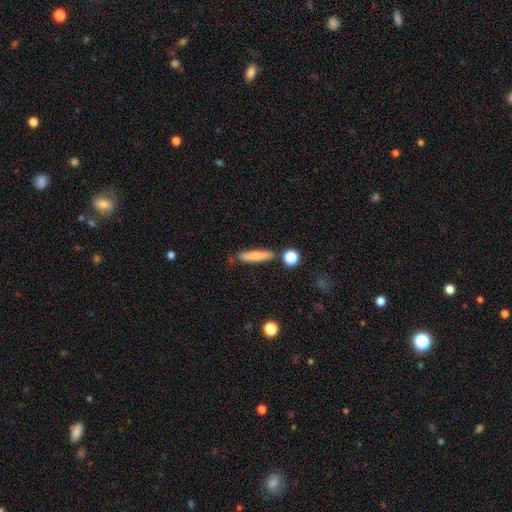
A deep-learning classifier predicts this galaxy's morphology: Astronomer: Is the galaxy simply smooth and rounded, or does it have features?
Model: smooth — 72%.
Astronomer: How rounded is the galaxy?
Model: cigar-shaped — 84%.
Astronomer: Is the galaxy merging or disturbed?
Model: none — 75%.